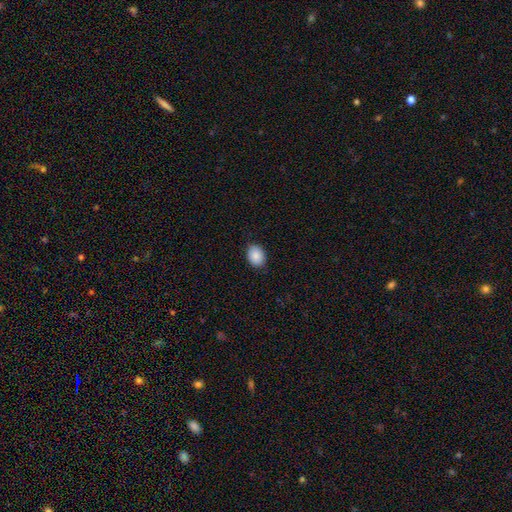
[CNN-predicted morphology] Smooth or featured: smooth — 88% (star or artifact — 7%)
How rounded: in between — 64% (round — 35%)
Merging: none — 87% (minor disturbance — 10%)